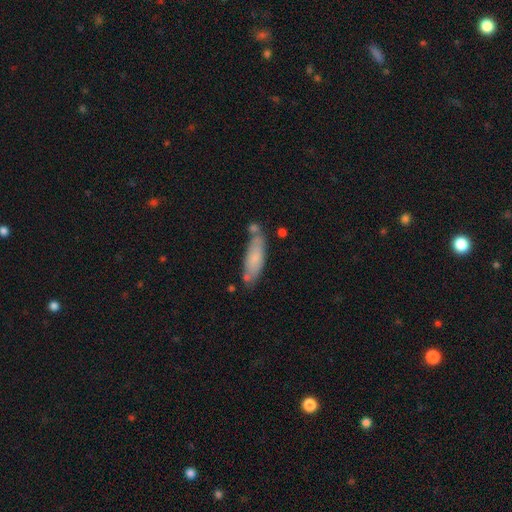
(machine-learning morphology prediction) smooth_or_featured: smooth (p=0.73) [alt: featured or disk p=0.20]
how_rounded: cigar-shaped (p=0.54) [alt: in between p=0.44]
merging: none (p=0.62) [alt: minor disturbance p=0.20]